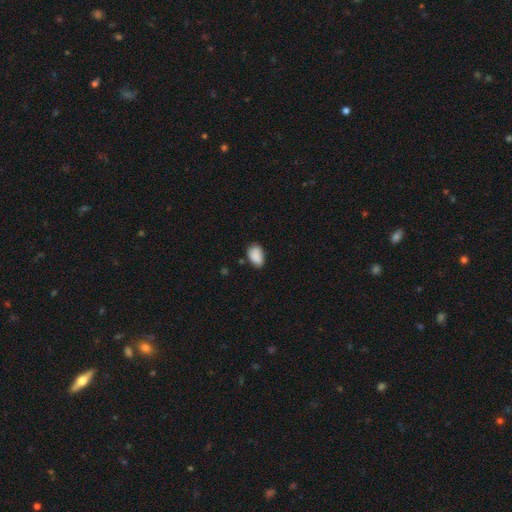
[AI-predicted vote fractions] A smooth galaxy with no disk features (88%) that is in between round and cigar-shaped (89%). Merging: none (70%).